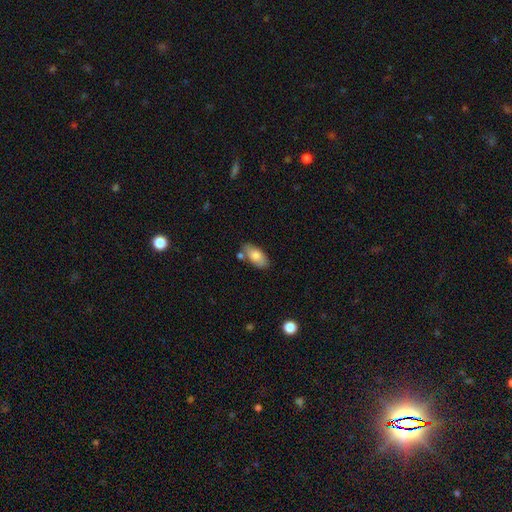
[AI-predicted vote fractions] smooth-or-featured: smooth: 80% | featured or disk: 14% | star or artifact: 6%
  how-rounded: in between: 92% | cigar-shaped: 6% | round: 2%
  merging: none: 73% | minor disturbance: 15% | merger: 8% | major disturbance: 3%